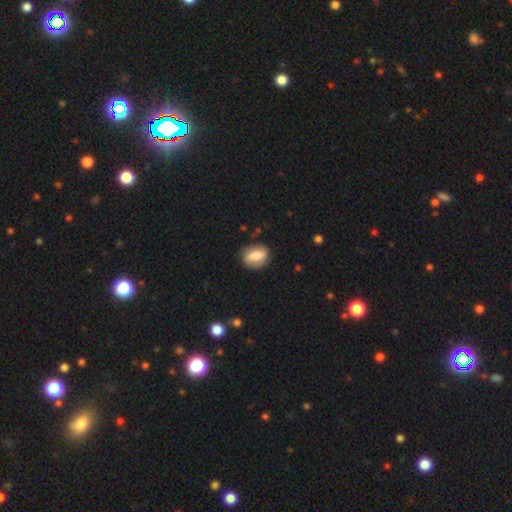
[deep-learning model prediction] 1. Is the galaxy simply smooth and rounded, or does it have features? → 69% smooth, 23% featured or disk, 7% star or artifact.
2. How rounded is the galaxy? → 64% in between, 34% round, 3% cigar-shaped.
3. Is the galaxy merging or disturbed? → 80% none, 15% minor disturbance, 4% major disturbance, 2% merger.